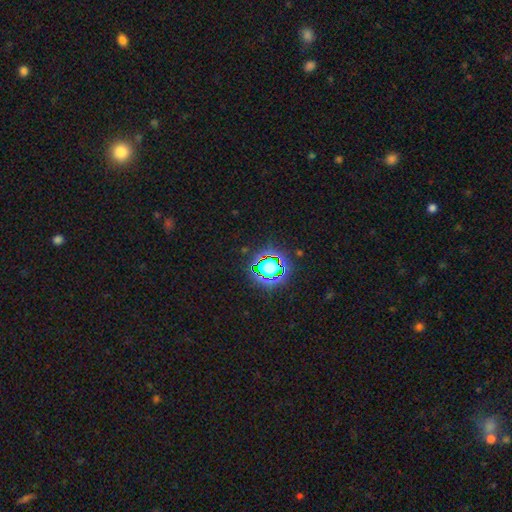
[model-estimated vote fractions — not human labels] Smooth or featured?
  - star or artifact: 77% *
  - smooth: 15%
  - featured or disk: 8%